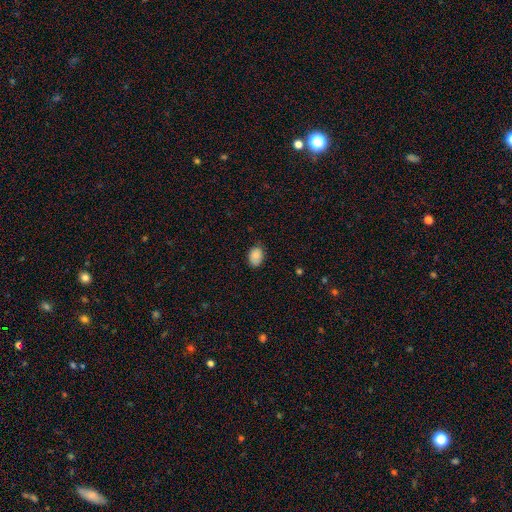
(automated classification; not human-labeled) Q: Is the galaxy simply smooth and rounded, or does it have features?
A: smooth — 87%.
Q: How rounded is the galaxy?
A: in between — 76%.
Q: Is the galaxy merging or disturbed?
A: none — 81%.